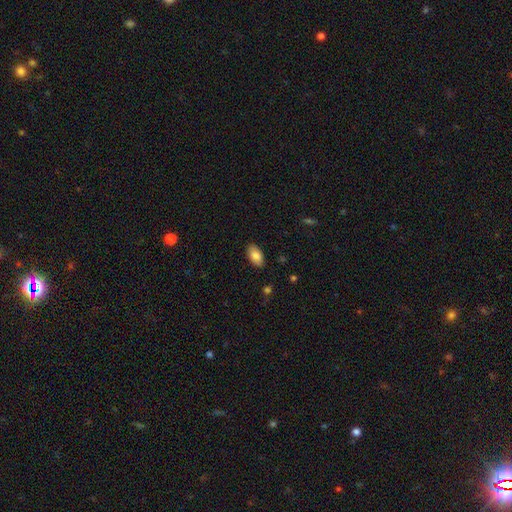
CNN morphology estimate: This is clearly a smooth galaxy (83%). How rounded: clearly in between (94%). Merging: clearly none (87%).